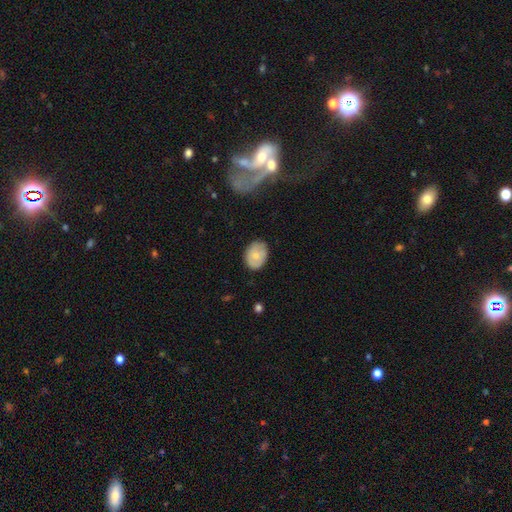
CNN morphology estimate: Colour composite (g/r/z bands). It shows a smooth galaxy with no disk features (75%) that is in between round and cigar-shaped (73%). Merging: none (78%).